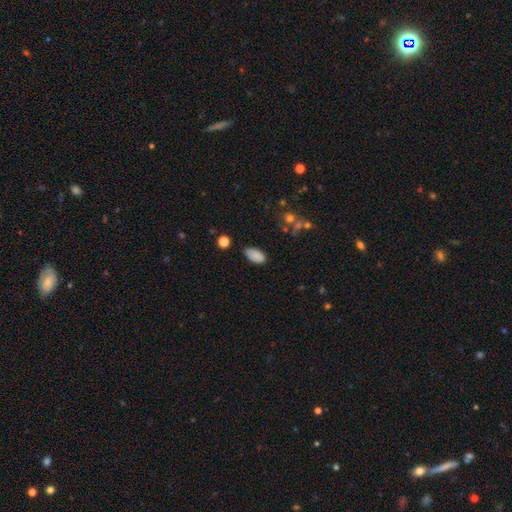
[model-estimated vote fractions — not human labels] Smooth or featured?
  - smooth: 86% *
  - star or artifact: 9%
  - featured or disk: 5%
How rounded?
  - in between: 93% *
  - cigar-shaped: 3%
  - round: 3%
Merging?
  - none: 78% *
  - minor disturbance: 16%
  - major disturbance: 3%
  - merger: 2%